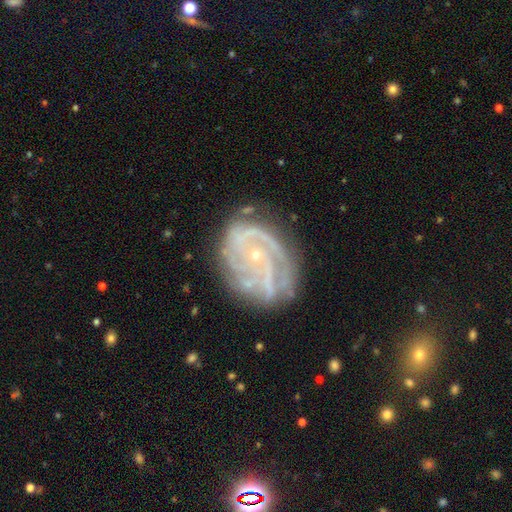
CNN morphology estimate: type=featured or disk (86%); edge-on=no (97%); bar=no (72%); spiral arms=yes (95%); winding=tight (58%); arm count=3 (27%); bulge=small (84%); merging=none (66%).